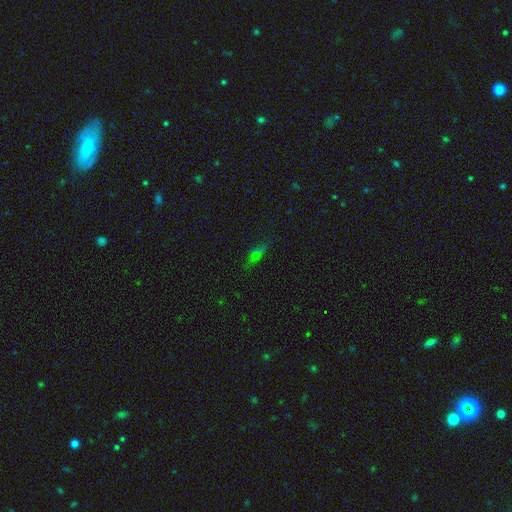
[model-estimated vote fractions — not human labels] smooth 53%, star or artifact 30%, featured or disk 17%. Down the decision tree: how rounded — in between (49%); merging — none (71%).